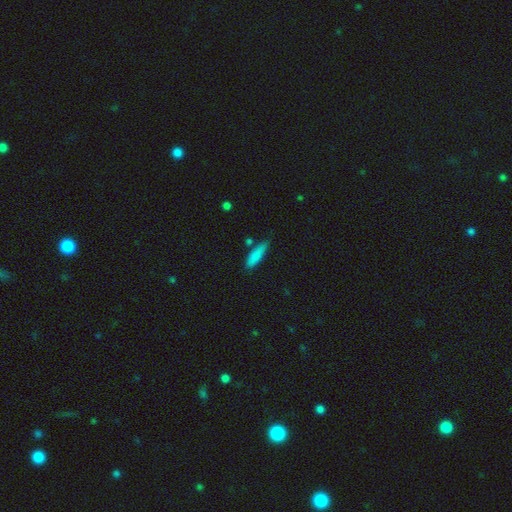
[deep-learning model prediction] smooth_or_featured: smooth (p=0.83) [alt: featured or disk p=0.09]
how_rounded: cigar-shaped (p=0.68) [alt: in between p=0.30]
merging: none (p=0.68) [alt: minor disturbance p=0.22]